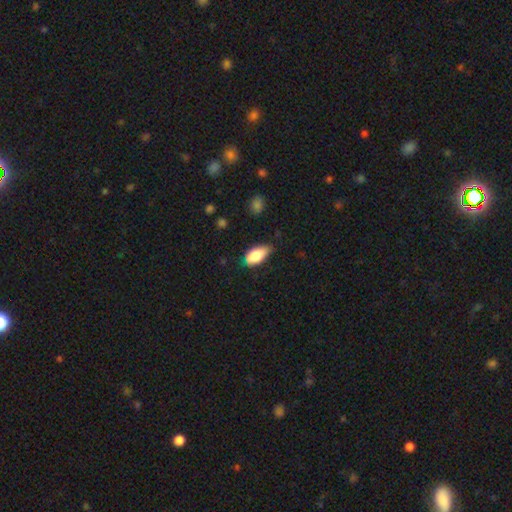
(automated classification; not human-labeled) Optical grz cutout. It shows a smooth galaxy with no disk features (81%) that is in between round and cigar-shaped (91%). Merging: none (56%).